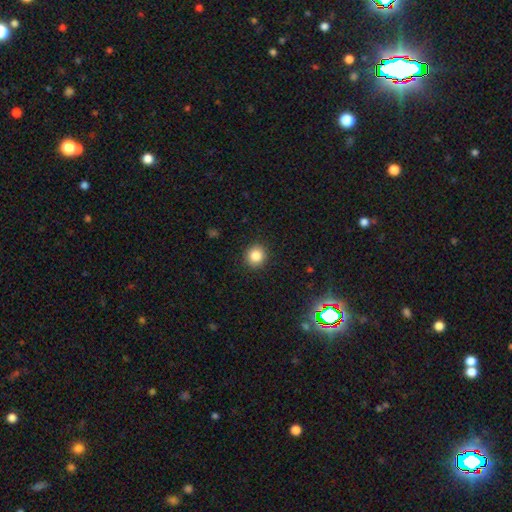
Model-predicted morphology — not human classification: Smooth or featured? Predicted: smooth (p=0.84). How rounded? Predicted: round (p=0.90). Merging? Predicted: none (p=0.92).